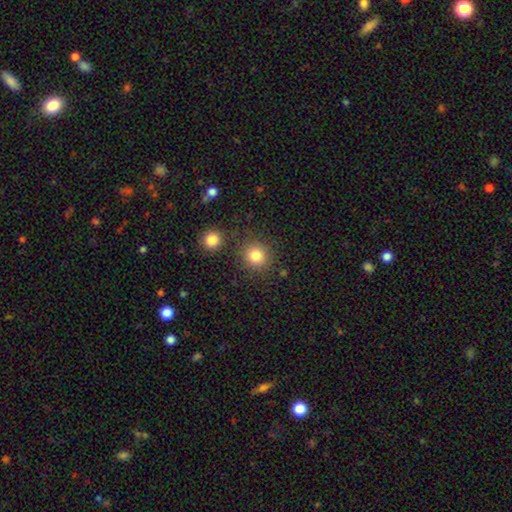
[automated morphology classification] This appears to be a smooth galaxy with no disk features (83%) that is round (91%). Merging: none (82%).